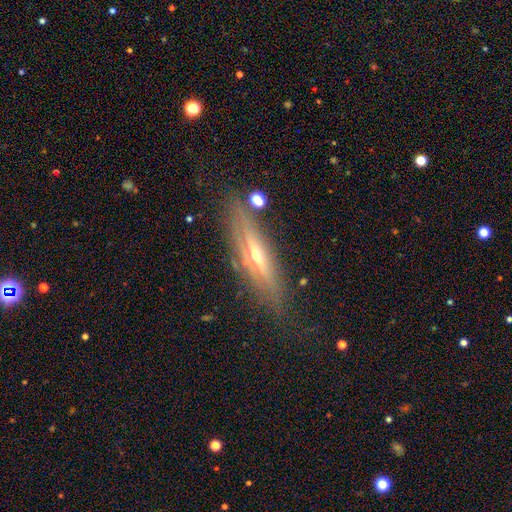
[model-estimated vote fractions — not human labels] This appears to be a featured or disk galaxy (72%) viewed edge-on (91%) with a rounded central bulge (85%). Merging: none (80%).